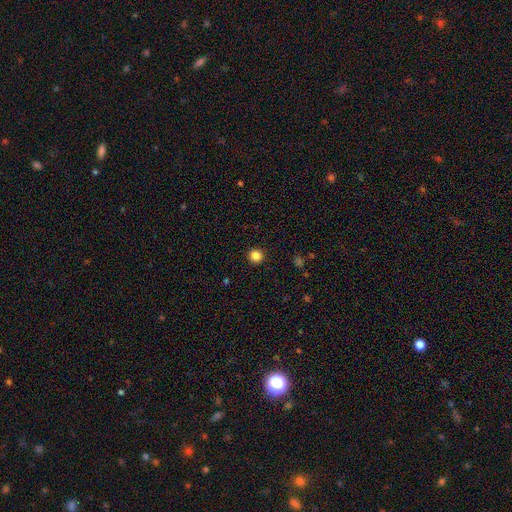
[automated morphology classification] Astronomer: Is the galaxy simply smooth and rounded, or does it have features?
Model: smooth — 84%.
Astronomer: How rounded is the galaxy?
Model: round — 95%.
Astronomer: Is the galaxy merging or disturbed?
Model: none — 93%.